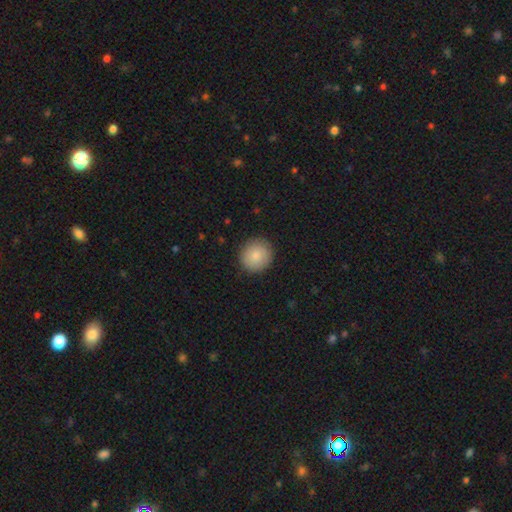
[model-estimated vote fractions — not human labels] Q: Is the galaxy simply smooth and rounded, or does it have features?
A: smooth — 87%.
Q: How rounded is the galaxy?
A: round — 89%.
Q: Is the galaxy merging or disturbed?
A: none — 89%.